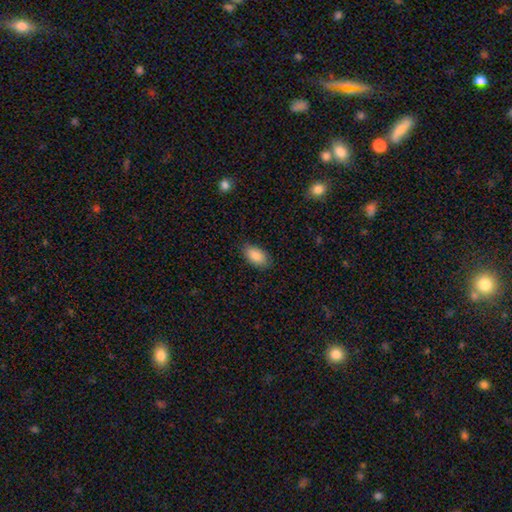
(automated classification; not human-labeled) Smooth or featured? smooth (88%)
How rounded? in between (94%)
Merging? none (85%)